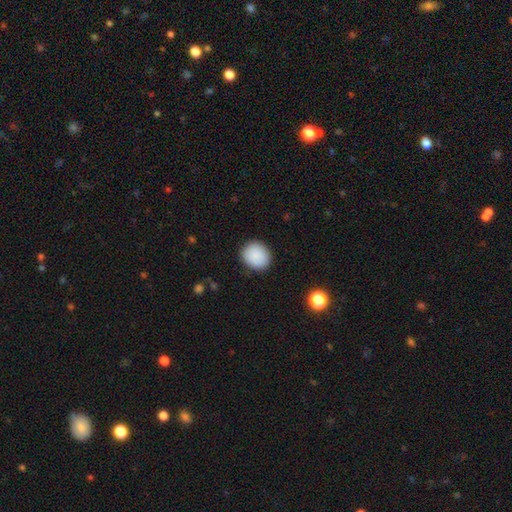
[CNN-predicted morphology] Smooth or featured? Predicted: smooth (p=0.89). How rounded? Predicted: round (p=0.77). Merging? Predicted: none (p=0.89).